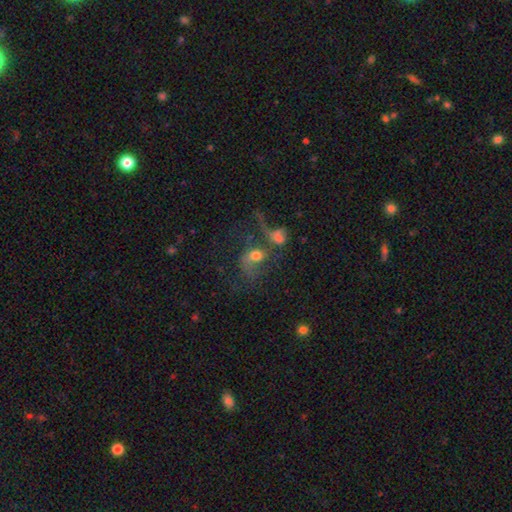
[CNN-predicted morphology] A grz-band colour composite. It shows a featured or disk galaxy (46%). Merging: merger (50%).